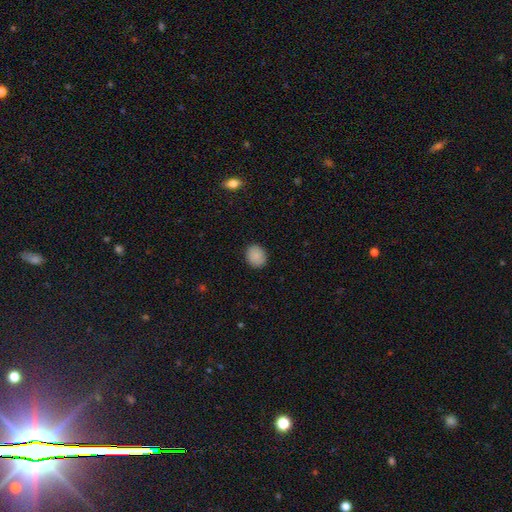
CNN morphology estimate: smooth-or-featured: smooth: 89% | star or artifact: 8% | featured or disk: 3%
  how-rounded: round: 65% | in between: 34% | cigar-shaped: 1%
  merging: none: 90% | minor disturbance: 7% | major disturbance: 2% | merger: 1%